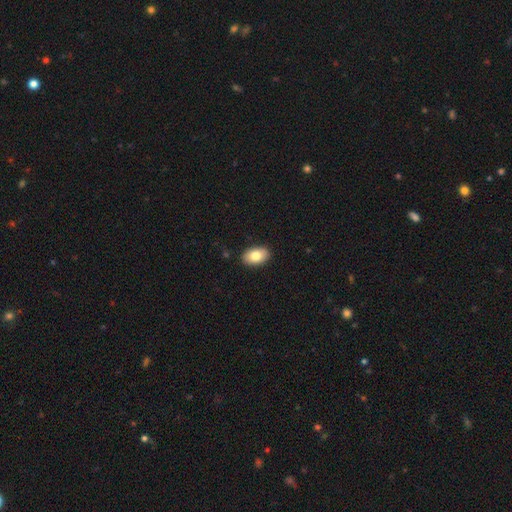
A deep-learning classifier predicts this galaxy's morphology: Smooth or featured: smooth — 81% (featured or disk — 12%)
How rounded: in between — 91% (round — 7%)
Merging: none — 89% (minor disturbance — 8%)